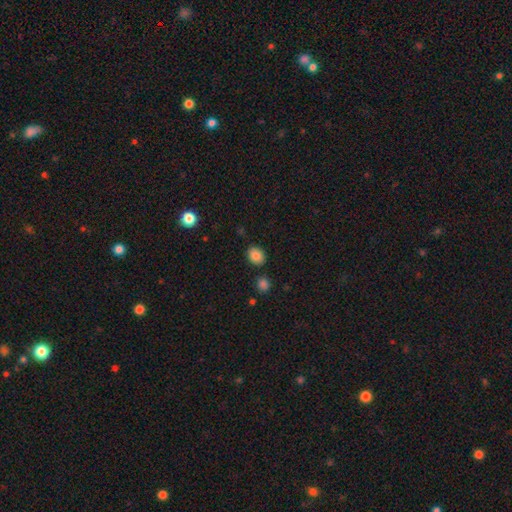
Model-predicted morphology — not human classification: type=smooth (84%); roundness=round (52%); merging=none (85%).